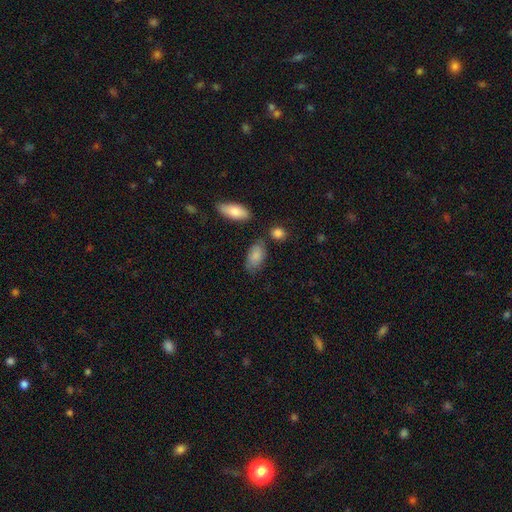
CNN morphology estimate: The model was most divided on "merging": none: 68%, minor disturbance: 20%, merger: 7%, major disturbance: 5%. More confident: how rounded — in between (92%); smooth or featured — smooth (82%).